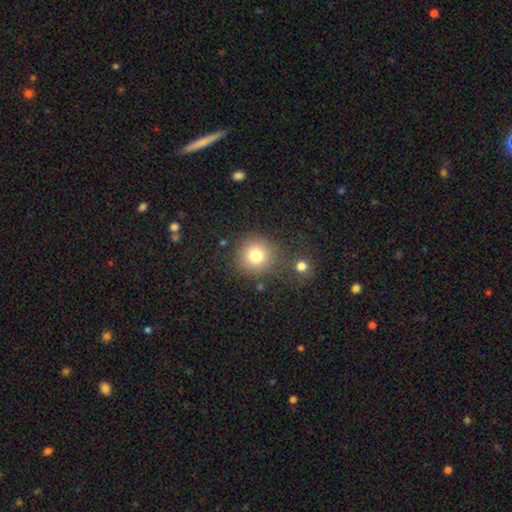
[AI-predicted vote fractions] smooth-or-featured: smooth: 79% | star or artifact: 13% | featured or disk: 8%
  how-rounded: round: 93% | in between: 6% | cigar-shaped: 1%
  merging: none: 78% | merger: 9% | minor disturbance: 9% | major disturbance: 4%